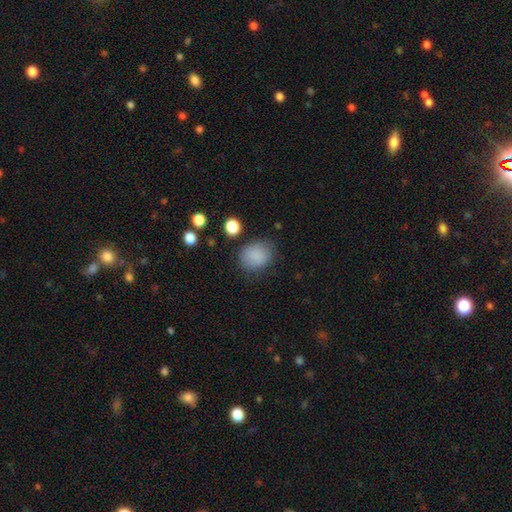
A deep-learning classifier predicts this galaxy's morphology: This appears to be a smooth galaxy with no disk features (86%) that is round (60%). Merging: none (77%).